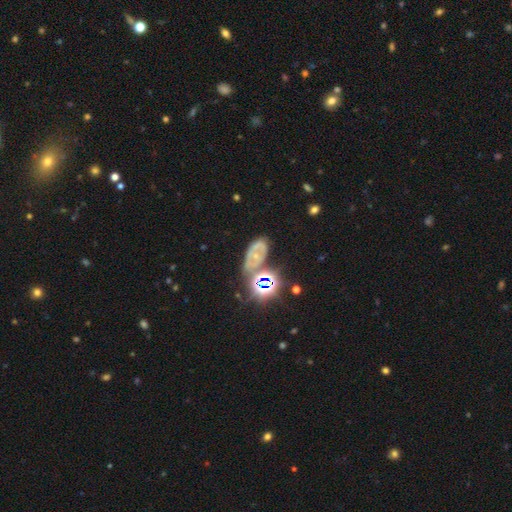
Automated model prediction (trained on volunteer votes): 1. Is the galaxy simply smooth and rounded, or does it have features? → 40% star or artifact, 37% featured or disk, 22% smooth.